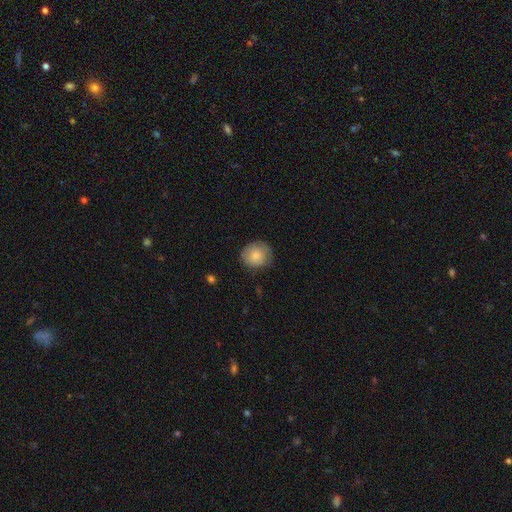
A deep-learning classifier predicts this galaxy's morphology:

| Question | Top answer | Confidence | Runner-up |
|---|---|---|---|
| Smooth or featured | smooth | 79% | featured or disk (14%) |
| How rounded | round | 79% | in between (20%) |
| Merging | none | 72% | minor disturbance (22%) |